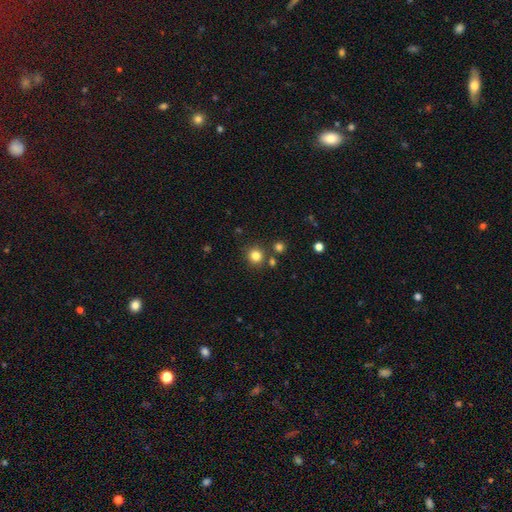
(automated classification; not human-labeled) A smooth galaxy with no disk features (81%) that is round (93%). Merging: none (83%).